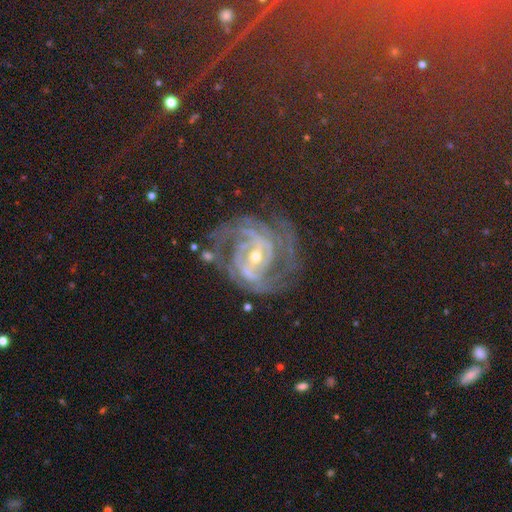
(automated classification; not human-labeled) Smooth or featured?
  - featured or disk: 46% *
  - star or artifact: 37%
  - smooth: 17%
Merging?
  - none: 66% *
  - minor disturbance: 18%
  - major disturbance: 12%
  - merger: 4%